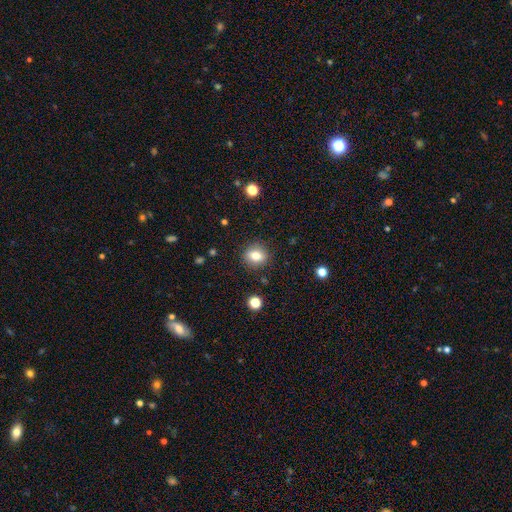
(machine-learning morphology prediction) smooth-or-featured: smooth: 80% | featured or disk: 10% | star or artifact: 10%
  how-rounded: round: 56% | in between: 42% | cigar-shaped: 2%
  merging: none: 86% | minor disturbance: 9% | major disturbance: 3% | merger: 2%